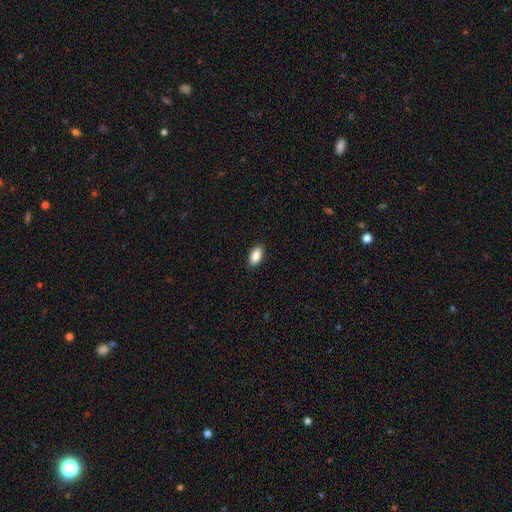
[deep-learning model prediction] smooth-or-featured: smooth: 88% | star or artifact: 7% | featured or disk: 5%
  how-rounded: in between: 92% | cigar-shaped: 4% | round: 4%
  merging: none: 89% | minor disturbance: 8% | major disturbance: 2% | merger: 1%